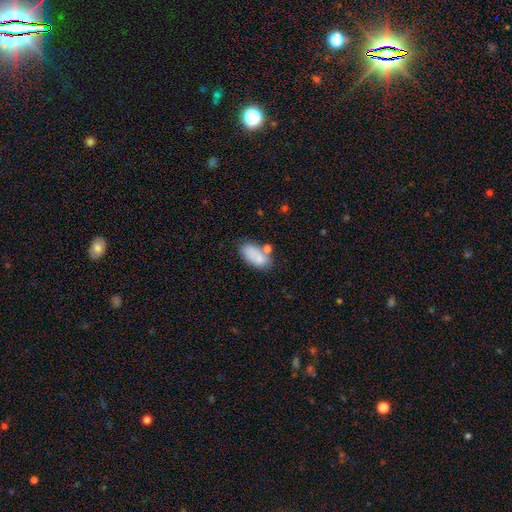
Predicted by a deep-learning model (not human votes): Q: Smooth or featured?
A: smooth (80%); runner-up: featured or disk (12%)
Q: How rounded?
A: in between (93%); runner-up: round (4%)
Q: Merging?
A: none (55%); runner-up: minor disturbance (20%)